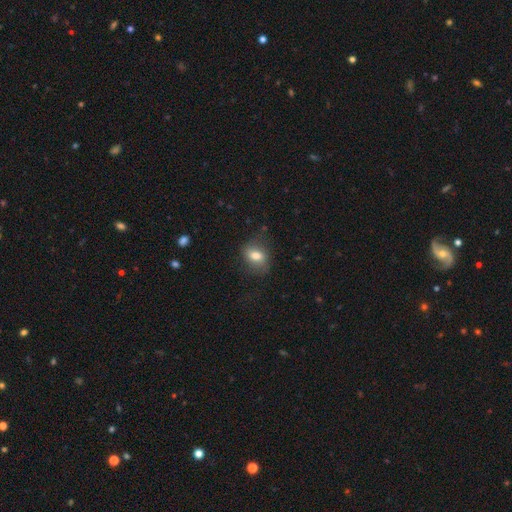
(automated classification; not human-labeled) Q: Smooth or featured?
A: smooth (75%); runner-up: featured or disk (16%)
Q: How rounded?
A: in between (64%); runner-up: round (34%)
Q: Merging?
A: none (72%); runner-up: minor disturbance (19%)